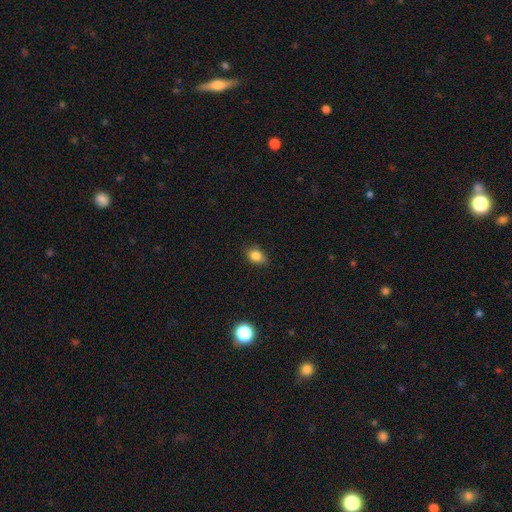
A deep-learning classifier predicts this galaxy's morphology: Smooth or featured? Predicted: smooth (p=0.83). How rounded? Predicted: in between (p=0.64). Merging? Predicted: none (p=0.75).